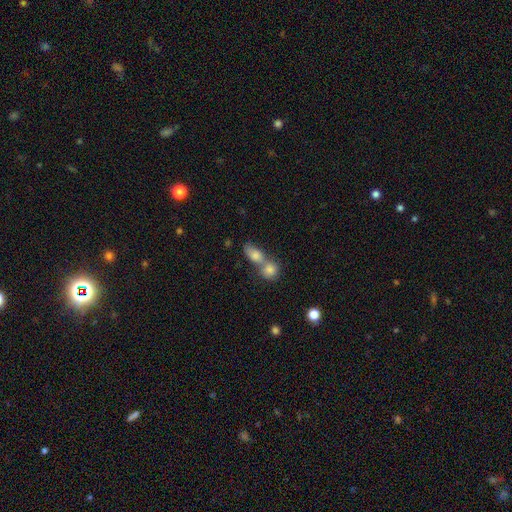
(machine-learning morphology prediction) A smooth galaxy with no disk features (74%) that is in between round and cigar-shaped (63%).

Vote fractions:
- Smooth or featured? smooth: 74% / featured or disk: 14% / star or artifact: 12%
- How rounded? in between: 63% / round: 30% / cigar-shaped: 7%
- Merging? merger: 59% / none: 30% / minor disturbance: 8% / major disturbance: 4%